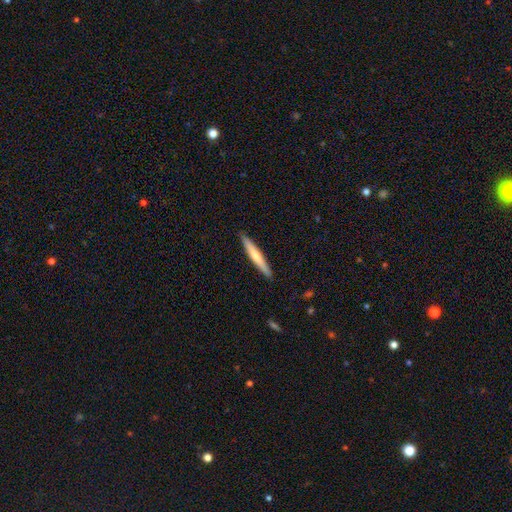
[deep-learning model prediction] A smooth galaxy with no disk features (62%) that is cigar-shaped (95%).

Vote fractions:
- Smooth or featured? smooth: 62% / featured or disk: 33% / star or artifact: 5%
- How rounded? cigar-shaped: 95% / in between: 4% / round: 1%
- Merging? none: 91% / minor disturbance: 7% / major disturbance: 1% / merger: 1%